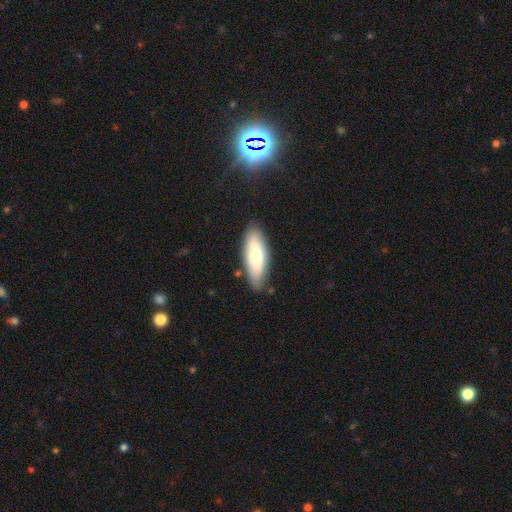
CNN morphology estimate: Q: Smooth or featured?
A: smooth (75%); runner-up: featured or disk (19%)
Q: How rounded?
A: in between (64%); runner-up: cigar-shaped (34%)
Q: Merging?
A: none (79%); runner-up: minor disturbance (16%)